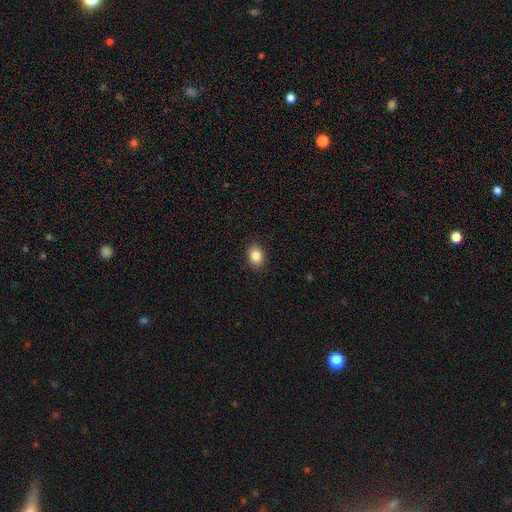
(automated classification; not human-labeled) The model was most divided on "how rounded": in between: 62%, round: 37%, cigar-shaped: 1%. More confident: merging — none (89%); smooth or featured — smooth (84%).